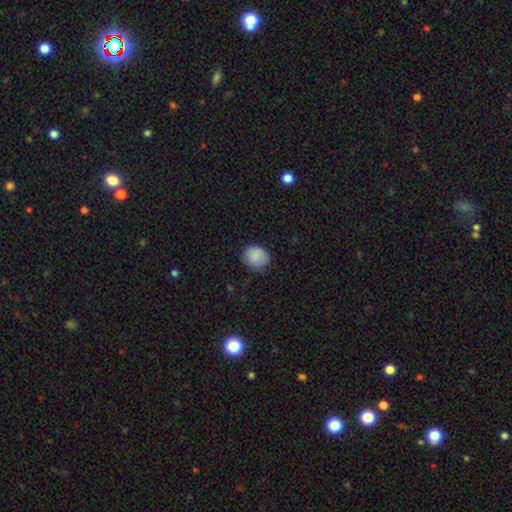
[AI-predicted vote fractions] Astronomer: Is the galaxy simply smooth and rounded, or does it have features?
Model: smooth — 87%.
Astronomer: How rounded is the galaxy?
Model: round — 68%.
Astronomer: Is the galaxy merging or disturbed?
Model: none — 78%.